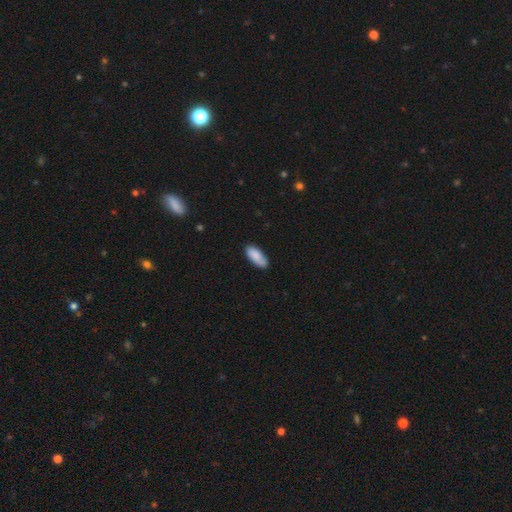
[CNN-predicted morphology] Smooth or featured? Predicted: smooth (p=0.87). How rounded? Predicted: in between (p=0.84). Merging? Predicted: none (p=0.79).